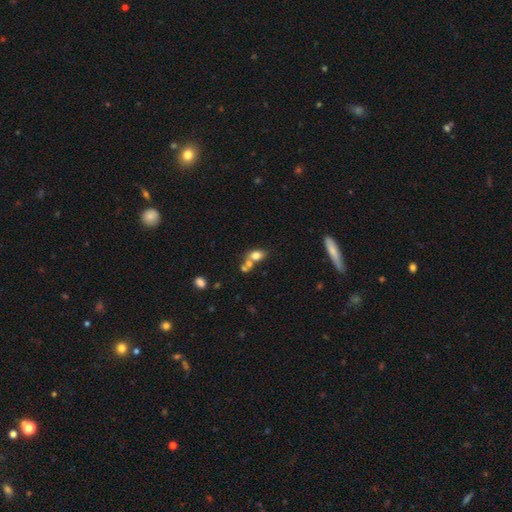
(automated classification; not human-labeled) smooth-or-featured: smooth: 74% | featured or disk: 15% | star or artifact: 11%
  how-rounded: in between: 75% | round: 22% | cigar-shaped: 3%
  merging: merger: 46% | none: 37% | minor disturbance: 11% | major disturbance: 6%